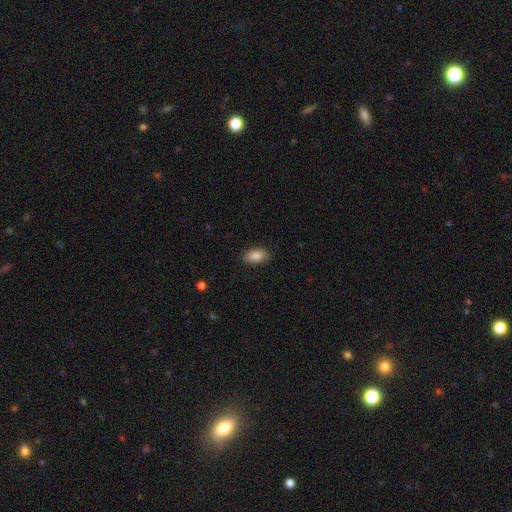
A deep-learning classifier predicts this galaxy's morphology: type=smooth (87%); roundness=in between (92%); merging=none (86%).